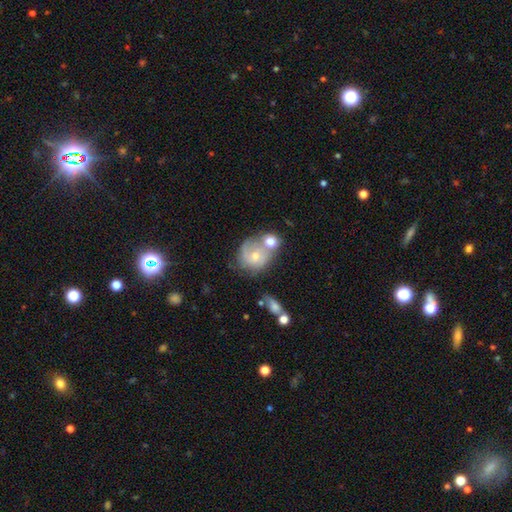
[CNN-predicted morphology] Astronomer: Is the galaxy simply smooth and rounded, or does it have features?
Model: featured or disk — 51% (runner-up: smooth, 39%).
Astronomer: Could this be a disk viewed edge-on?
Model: no — 97%.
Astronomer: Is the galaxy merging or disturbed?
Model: none — 38% (runner-up: merger, 35%).